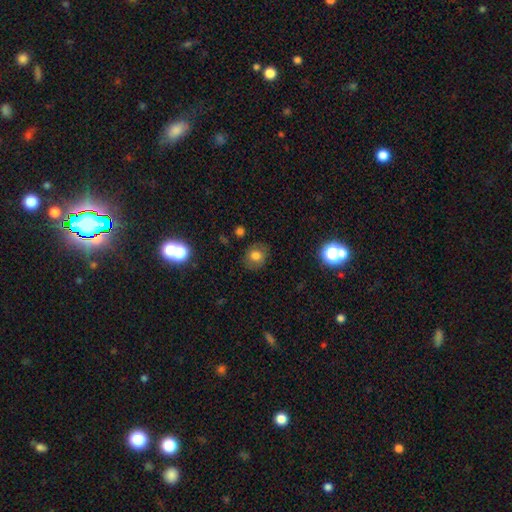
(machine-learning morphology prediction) A smooth galaxy with no disk features (75%) that is round (73%).

Vote fractions:
- Smooth or featured? smooth: 75% / star or artifact: 13% / featured or disk: 13%
- How rounded? round: 73% / in between: 26% / cigar-shaped: 1%
- Merging? none: 83% / minor disturbance: 12% / major disturbance: 4% / merger: 1%